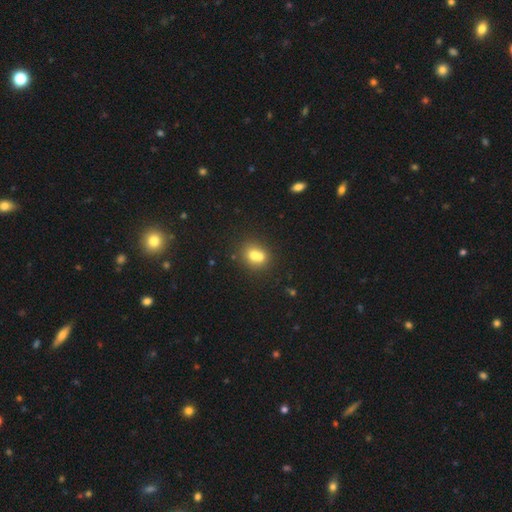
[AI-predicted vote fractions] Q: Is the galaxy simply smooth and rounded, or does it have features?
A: smooth — 68%.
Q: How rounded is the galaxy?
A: round — 63%.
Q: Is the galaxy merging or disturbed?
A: merger — 53%.